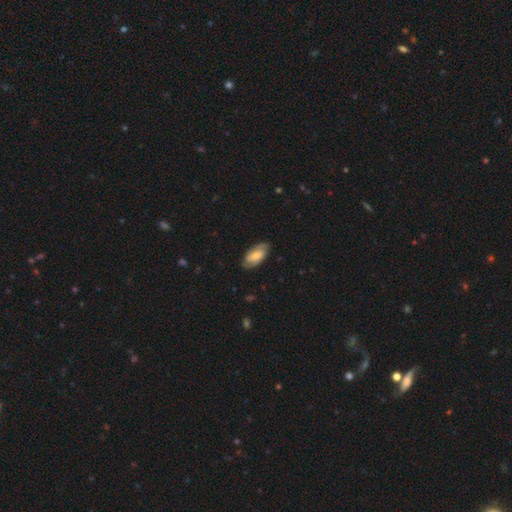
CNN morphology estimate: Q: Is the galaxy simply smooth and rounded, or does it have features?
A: smooth — 55%.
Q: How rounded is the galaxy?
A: in between — 90%.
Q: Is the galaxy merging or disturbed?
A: none — 79%.